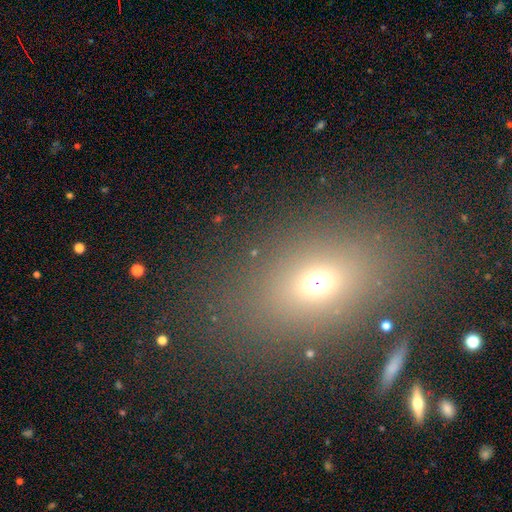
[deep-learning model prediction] Morphology: type=smooth (61%); roundness=in between (69%); merging=none (84%).